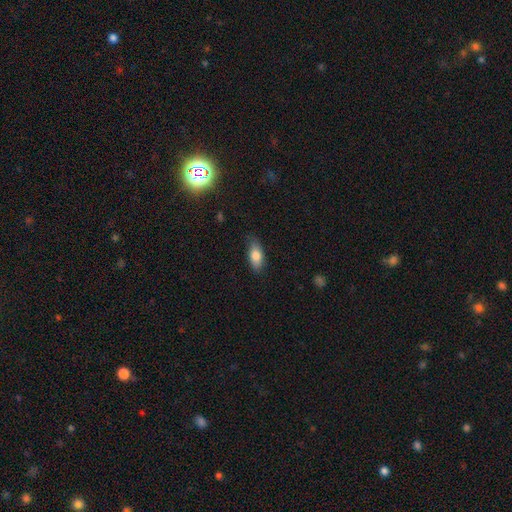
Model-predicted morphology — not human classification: This is likely a smooth galaxy (80%). How rounded: clearly in between (85%). Merging: likely none (74%).